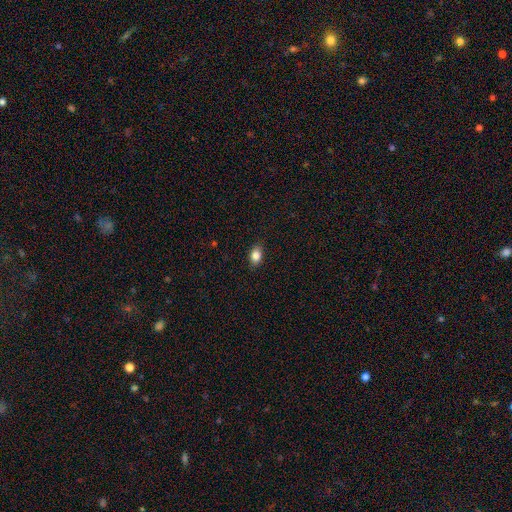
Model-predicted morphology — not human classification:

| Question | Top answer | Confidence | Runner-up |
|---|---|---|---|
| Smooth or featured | smooth | 85% | star or artifact (9%) |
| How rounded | in between | 80% | round (18%) |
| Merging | none | 86% | minor disturbance (11%) |